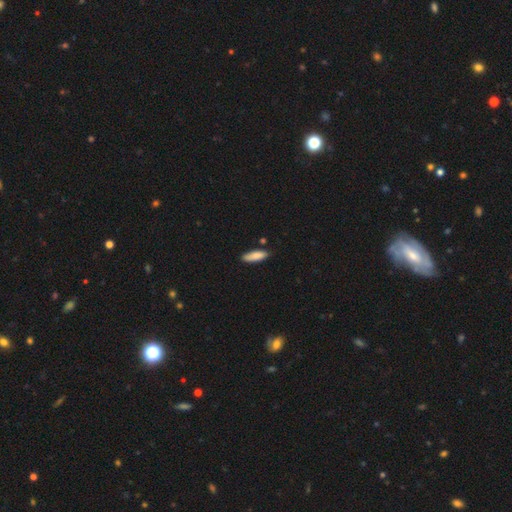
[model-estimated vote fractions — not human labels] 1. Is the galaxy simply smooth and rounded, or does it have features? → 85% smooth, 9% featured or disk, 6% star or artifact.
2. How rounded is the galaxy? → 53% cigar-shaped, 46% in between, 2% round.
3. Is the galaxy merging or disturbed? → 79% none, 16% minor disturbance, 3% merger, 2% major disturbance.